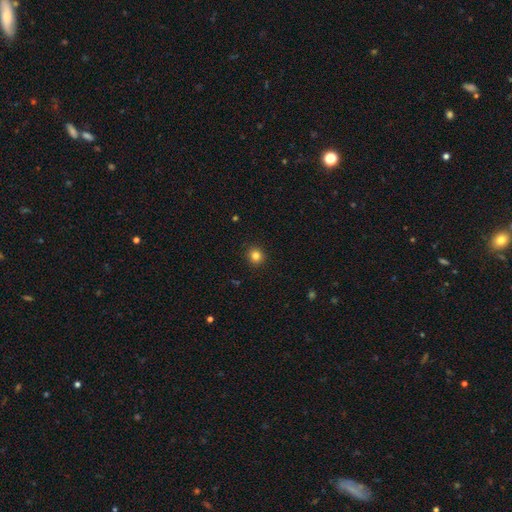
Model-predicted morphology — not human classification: Smooth or featured? Predicted: smooth (p=0.83). How rounded? Predicted: round (p=0.91). Merging? Predicted: none (p=0.92).